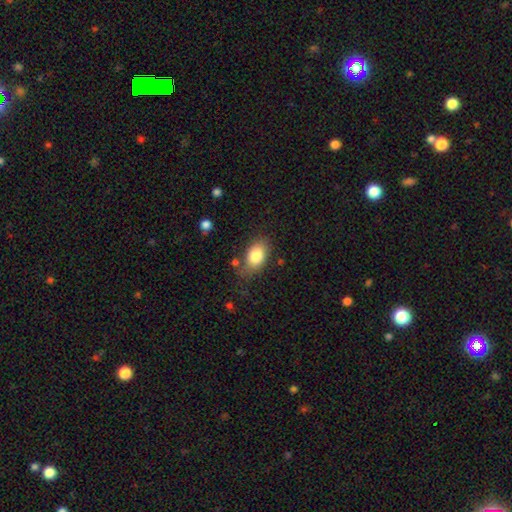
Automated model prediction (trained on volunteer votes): Morphology: type=smooth (82%); roundness=in between (89%); merging=none (72%).